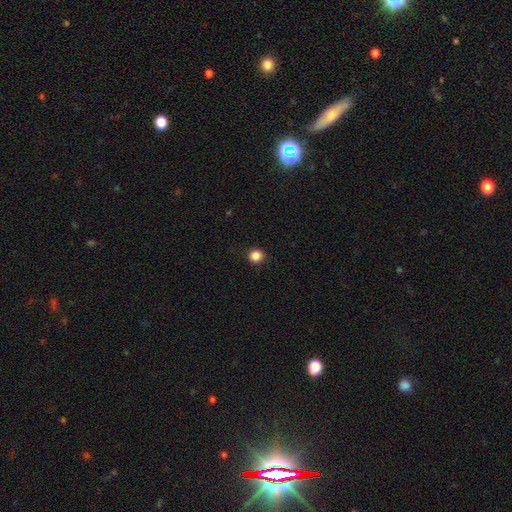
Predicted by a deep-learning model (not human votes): Smooth or featured? Predicted: smooth (p=0.86). How rounded? Predicted: round (p=0.91). Merging? Predicted: none (p=0.91).